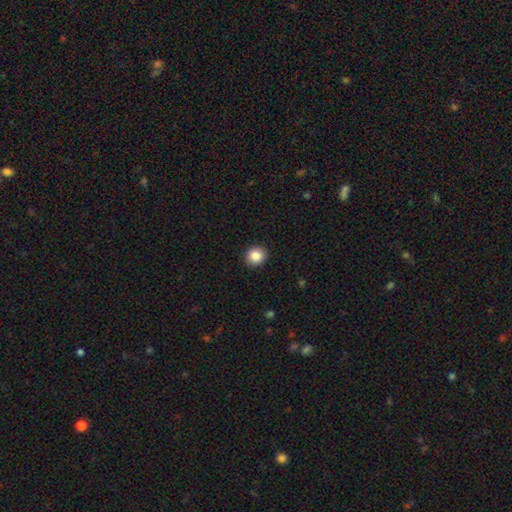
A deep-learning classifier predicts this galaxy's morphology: Smooth or featured: smooth — 87% (star or artifact — 9%)
How rounded: round — 82% (in between — 17%)
Merging: none — 92% (minor disturbance — 6%)